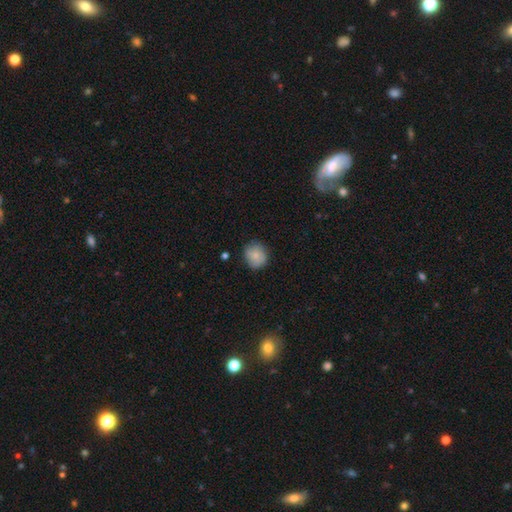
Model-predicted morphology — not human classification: Overall: smooth (71%). How rounded: round (81%). Merging: none (77%).